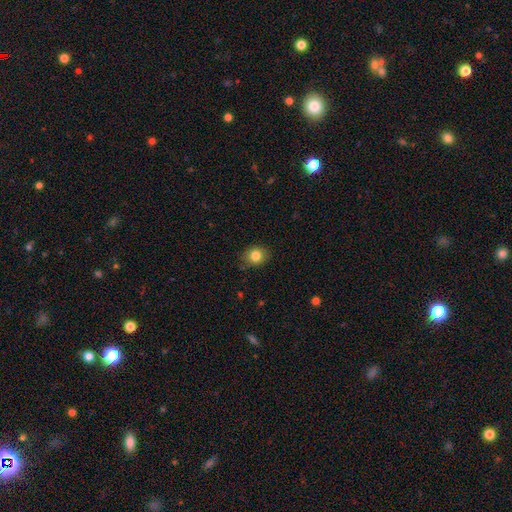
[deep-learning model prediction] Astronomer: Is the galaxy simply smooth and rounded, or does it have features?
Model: smooth — 83%.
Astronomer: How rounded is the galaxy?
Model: round — 63%.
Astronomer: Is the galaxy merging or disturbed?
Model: none — 84%.